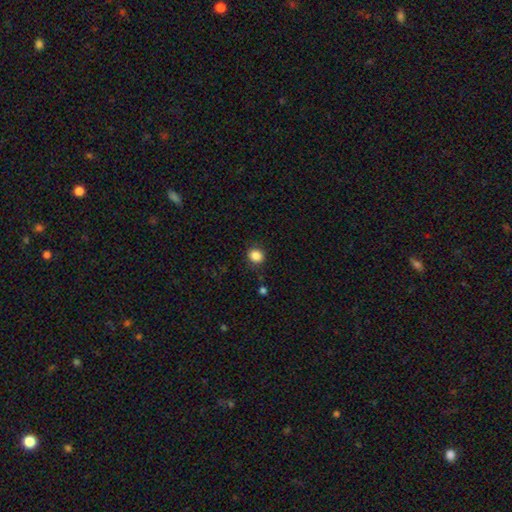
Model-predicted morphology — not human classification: smooth-or-featured: smooth: 86% | star or artifact: 11% | featured or disk: 3%
  how-rounded: round: 83% | in between: 16% | cigar-shaped: 1%
  merging: none: 88% | minor disturbance: 8% | major disturbance: 3% | merger: 1%